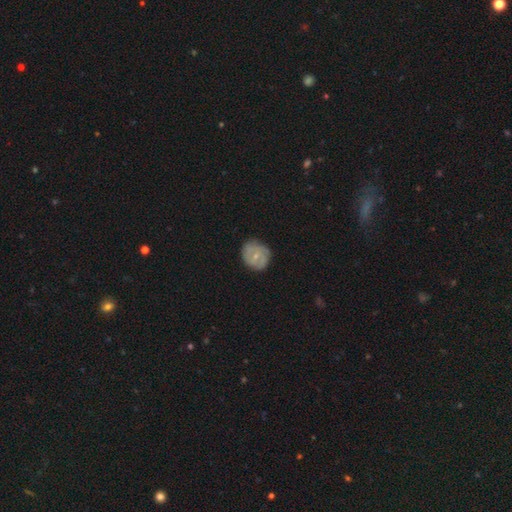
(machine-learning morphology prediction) The model was most divided on "smooth or featured": smooth: 47%, featured or disk: 45%, star or artifact: 7%. More confident: merging — none (72%).